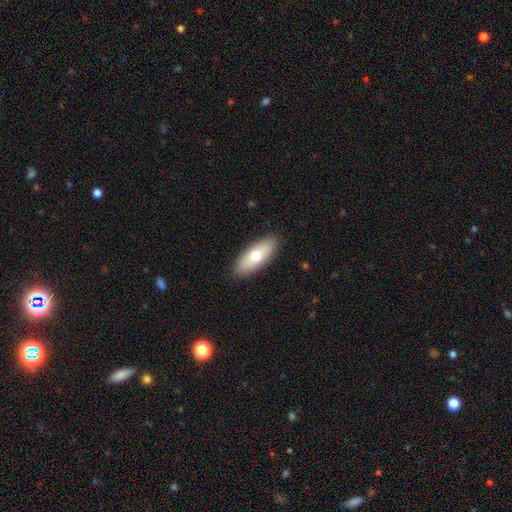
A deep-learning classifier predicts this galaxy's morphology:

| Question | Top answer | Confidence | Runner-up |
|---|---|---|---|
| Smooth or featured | smooth | 70% | featured or disk (24%) |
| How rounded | in between | 78% | cigar-shaped (20%) |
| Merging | none | 89% | minor disturbance (8%) |